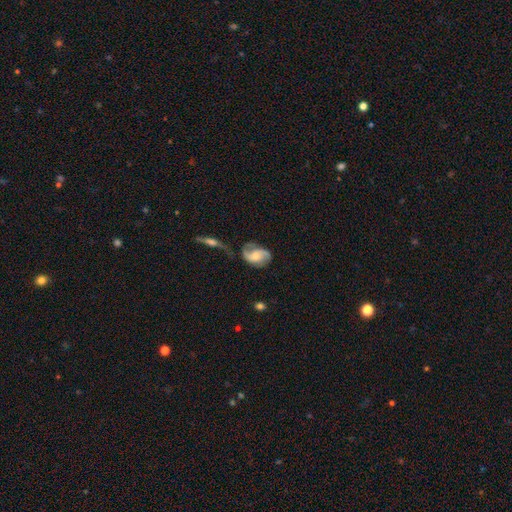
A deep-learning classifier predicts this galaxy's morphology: This appears to be a featured or disk galaxy (75%) with no bar (62%), 2 (84%) medium (44%) spiral arms (94%) and a small central bulge (40%, tied with moderate). Merging: none (51%).